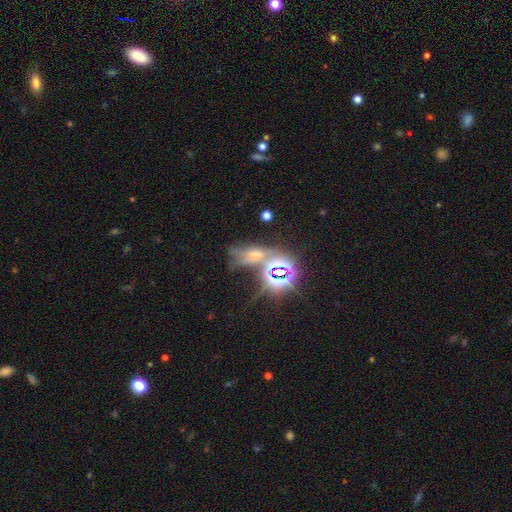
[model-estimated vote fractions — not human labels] A star or artifact, not a galaxy (50%).